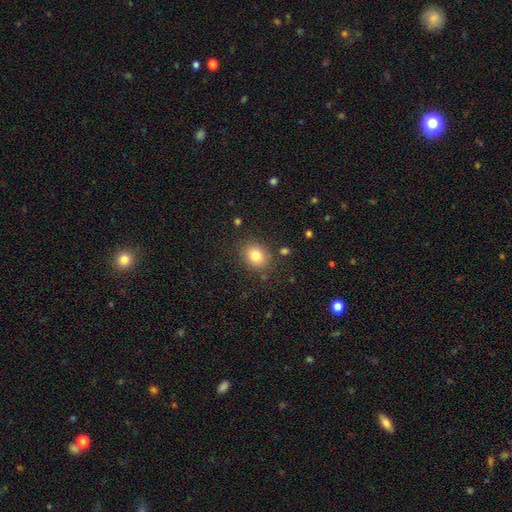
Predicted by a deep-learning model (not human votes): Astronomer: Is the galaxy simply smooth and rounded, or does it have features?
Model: smooth — 81%.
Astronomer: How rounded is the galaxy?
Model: round — 60% (runner-up: in between, 39%).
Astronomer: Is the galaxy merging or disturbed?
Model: none — 84%.